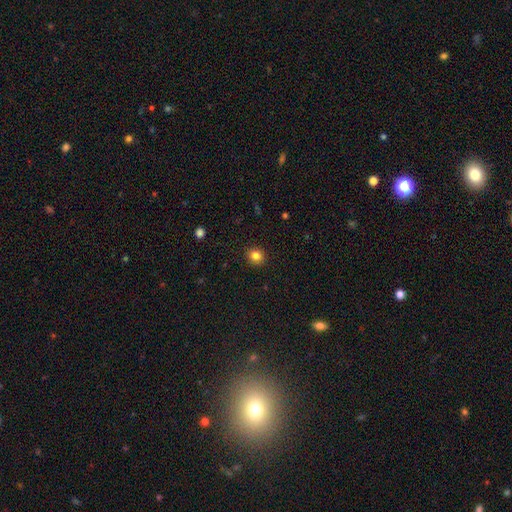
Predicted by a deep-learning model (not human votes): smooth-or-featured: smooth: 83% | star or artifact: 11% | featured or disk: 5%
  how-rounded: round: 84% | in between: 15% | cigar-shaped: 1%
  merging: none: 91% | minor disturbance: 6% | major disturbance: 2% | merger: 1%